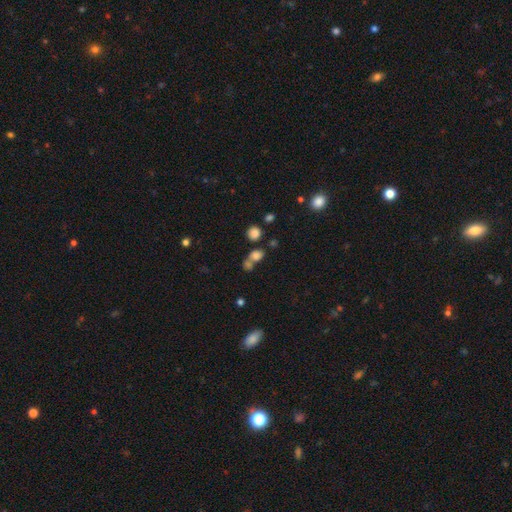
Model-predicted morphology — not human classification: smooth 76%, star or artifact 16%, featured or disk 8%. Down the decision tree: how rounded — round (59%); merging — merger (44%).